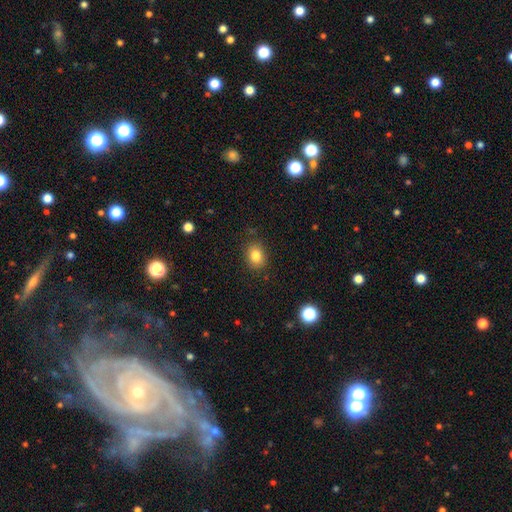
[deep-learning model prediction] Smooth or featured?
  - smooth: 83% *
  - star or artifact: 11%
  - featured or disk: 7%
How rounded?
  - in between: 55% *
  - round: 44%
  - cigar-shaped: 1%
Merging?
  - none: 85% *
  - minor disturbance: 11%
  - major disturbance: 3%
  - merger: 1%